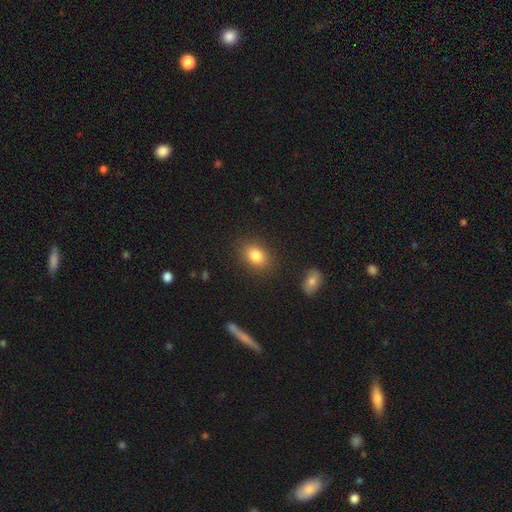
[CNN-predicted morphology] smooth-or-featured: smooth: 83% | star or artifact: 10% | featured or disk: 7%
  how-rounded: in between: 71% | round: 27% | cigar-shaped: 1%
  merging: none: 85% | minor disturbance: 10% | major disturbance: 3% | merger: 2%